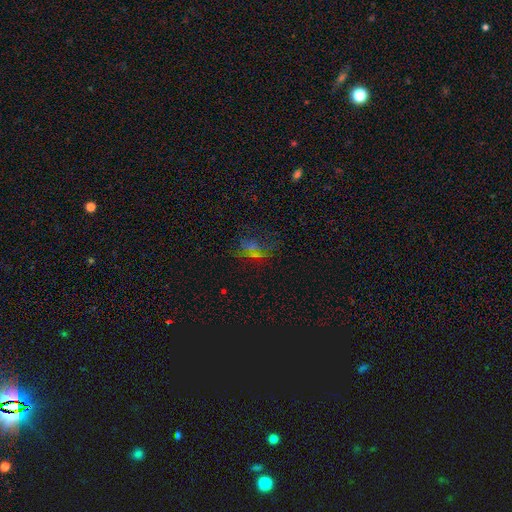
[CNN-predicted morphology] A star or artifact, not a galaxy (53%).